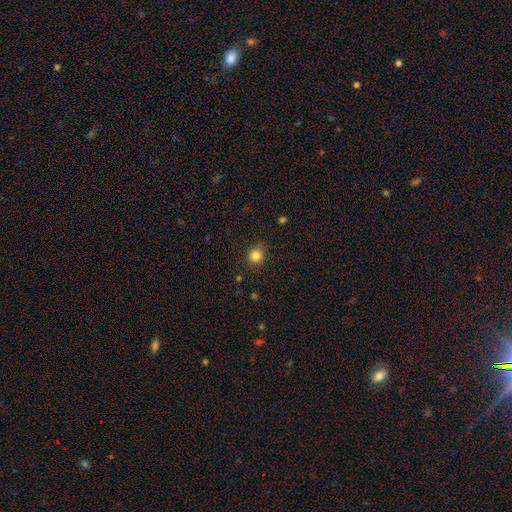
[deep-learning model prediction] Smooth or featured?
  - smooth: 83% *
  - star or artifact: 12%
  - featured or disk: 5%
How rounded?
  - round: 81% *
  - in between: 18%
  - cigar-shaped: 1%
Merging?
  - none: 87% *
  - minor disturbance: 10%
  - major disturbance: 3%
  - merger: 1%